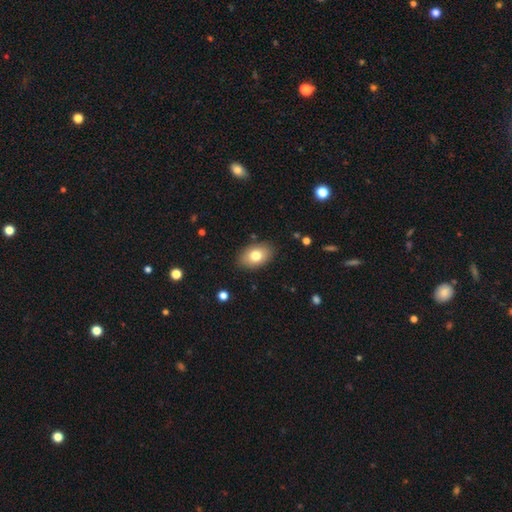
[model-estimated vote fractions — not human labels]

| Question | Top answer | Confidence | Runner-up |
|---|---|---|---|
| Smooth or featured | smooth | 77% | featured or disk (15%) |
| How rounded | in between | 87% | round (11%) |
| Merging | none | 86% | minor disturbance (10%) |